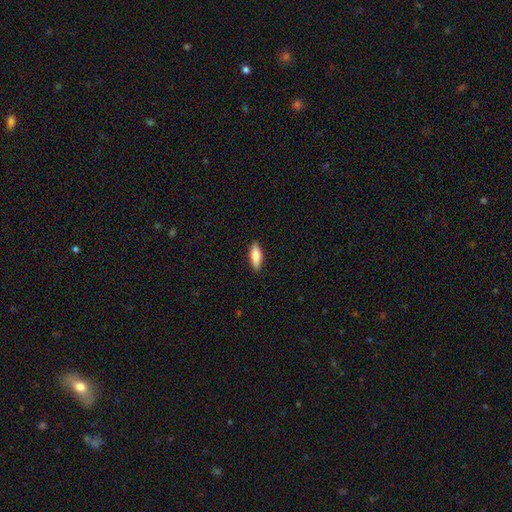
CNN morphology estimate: The model was most divided on "how rounded": in between: 63%, cigar-shaped: 35%, round: 2%. More confident: merging — none (89%); smooth or featured — smooth (82%).